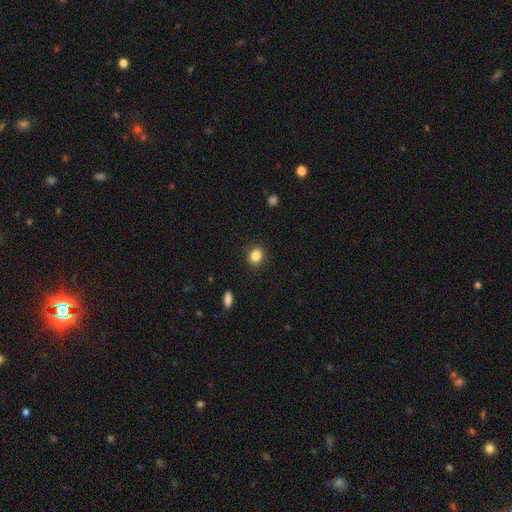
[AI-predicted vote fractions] The model was most divided on "how rounded": in between: 54%, round: 45%, cigar-shaped: 1%. More confident: merging — none (88%); smooth or featured — smooth (85%).